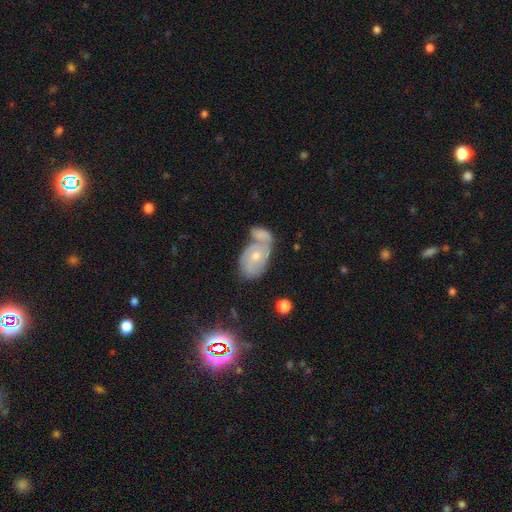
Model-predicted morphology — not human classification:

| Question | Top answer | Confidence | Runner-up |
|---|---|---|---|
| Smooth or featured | featured or disk | 69% | smooth (22%) |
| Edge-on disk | no | 95% | yes (5%) |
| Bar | no | 69% | weak (26%) |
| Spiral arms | yes | 84% | no (16%) |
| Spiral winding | tight | 50% | medium (37%) |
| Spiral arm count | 2 | 47% | can't tell (30%) |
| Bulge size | small | 52% | moderate (44%) |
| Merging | merger | 44% | none (33%) |